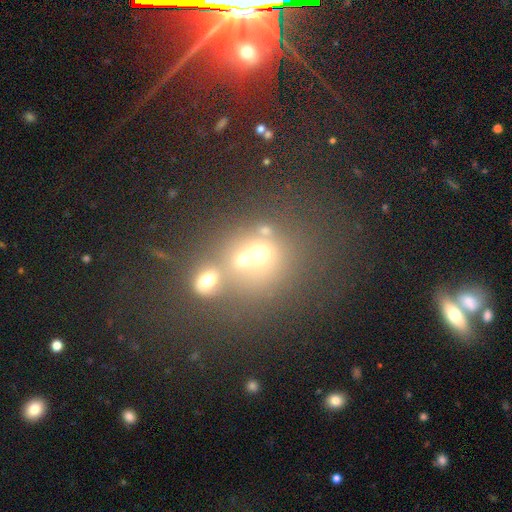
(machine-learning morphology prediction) This is marginally a smooth galaxy (44%). Merging: possibly merger (45%).